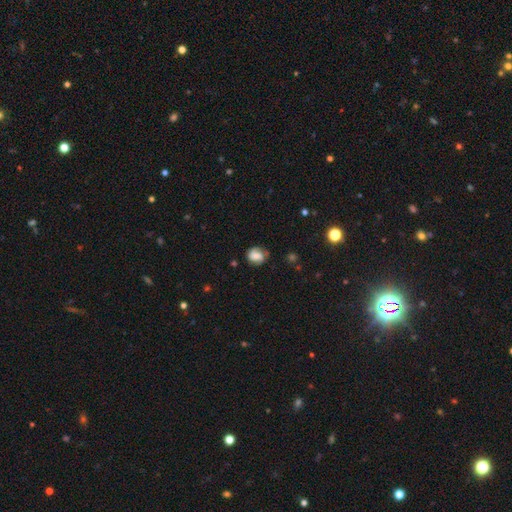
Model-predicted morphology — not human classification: Smooth or featured: smooth — 54% (featured or disk — 37%)
How rounded: round — 63% (in between — 36%)
Merging: none — 64% (minor disturbance — 24%)